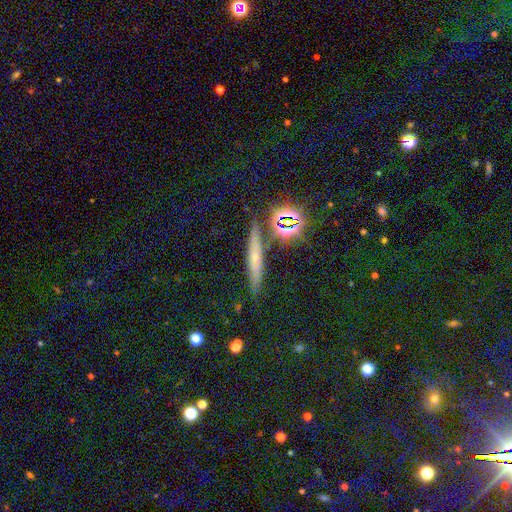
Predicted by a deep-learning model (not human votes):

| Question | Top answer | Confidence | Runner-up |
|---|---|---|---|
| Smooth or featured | smooth | 46% | featured or disk (28%) |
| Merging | none | 84% | minor disturbance (9%) |